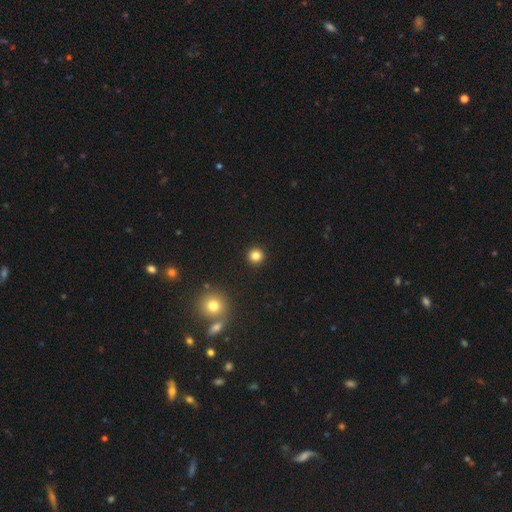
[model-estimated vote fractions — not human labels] smooth-or-featured: smooth: 83% | star or artifact: 12% | featured or disk: 5%
  how-rounded: round: 95% | in between: 4% | cigar-shaped: 1%
  merging: none: 93% | minor disturbance: 4% | major disturbance: 2% | merger: 1%